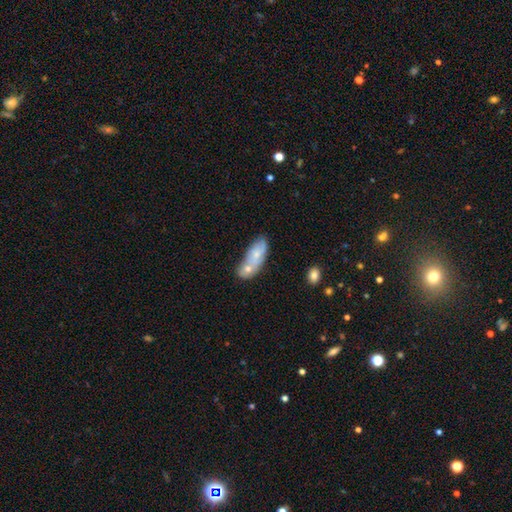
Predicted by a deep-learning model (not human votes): Smooth or featured? smooth (64%)
How rounded? in between (78%)
Merging? merger (46%)